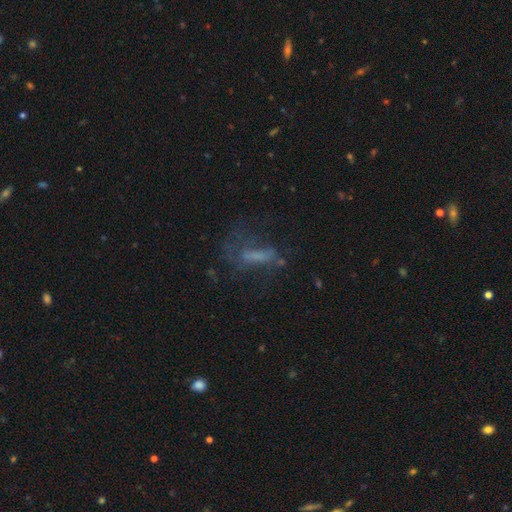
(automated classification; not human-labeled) Morphology: type=featured or disk (41%); merging=none (44%).